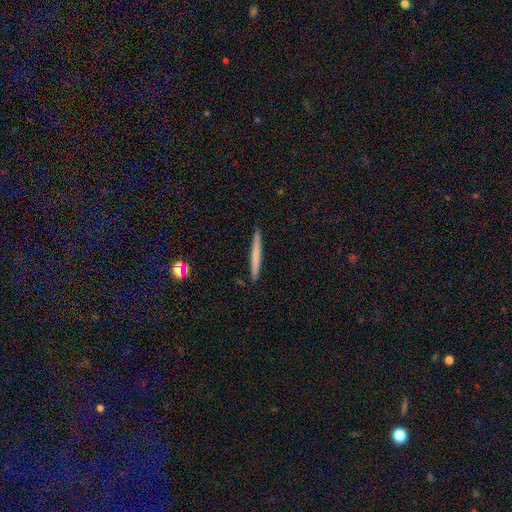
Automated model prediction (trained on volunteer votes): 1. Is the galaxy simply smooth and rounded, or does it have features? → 63% smooth, 31% featured or disk, 6% star or artifact.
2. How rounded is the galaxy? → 97% cigar-shaped, 2% in between, 1% round.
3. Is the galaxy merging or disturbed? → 92% none, 6% minor disturbance, 1% major disturbance, 1% merger.